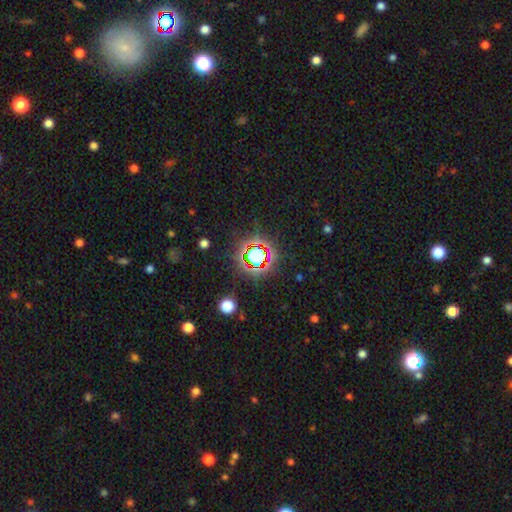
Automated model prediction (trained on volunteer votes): Smooth or featured? star or artifact (72%)